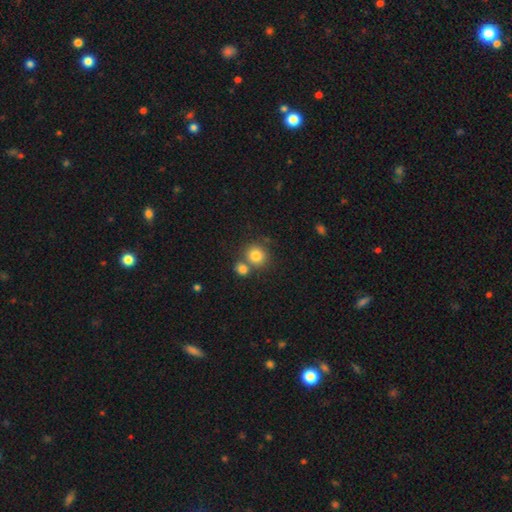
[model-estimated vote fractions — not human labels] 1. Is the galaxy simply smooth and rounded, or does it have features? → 82% smooth, 11% star or artifact, 8% featured or disk.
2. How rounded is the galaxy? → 86% round, 13% in between, 1% cigar-shaped.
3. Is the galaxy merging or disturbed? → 57% none, 32% merger, 8% minor disturbance, 3% major disturbance.